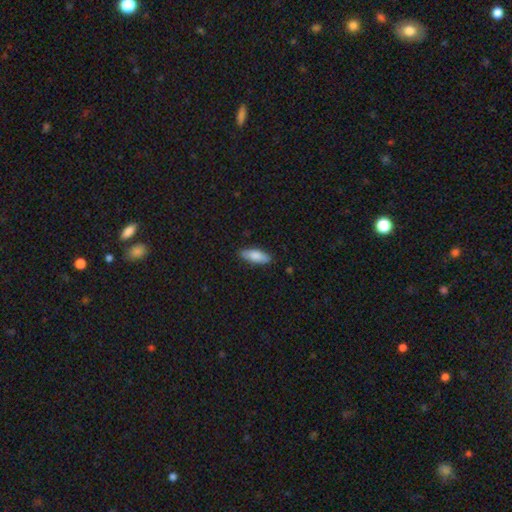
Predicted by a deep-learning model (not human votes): A smooth galaxy with no disk features (83%) that is in between round and cigar-shaped (67%). Merging: none (87%).